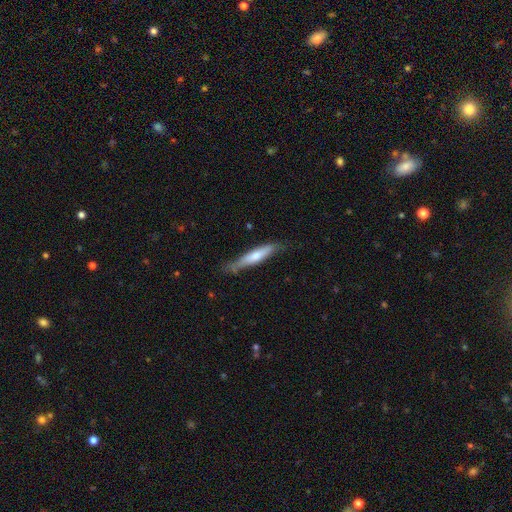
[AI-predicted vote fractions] The model was most divided on "smooth or featured": smooth: 62%, featured or disk: 33%, star or artifact: 5%. More confident: how rounded — cigar-shaped (86%); merging — none (66%).